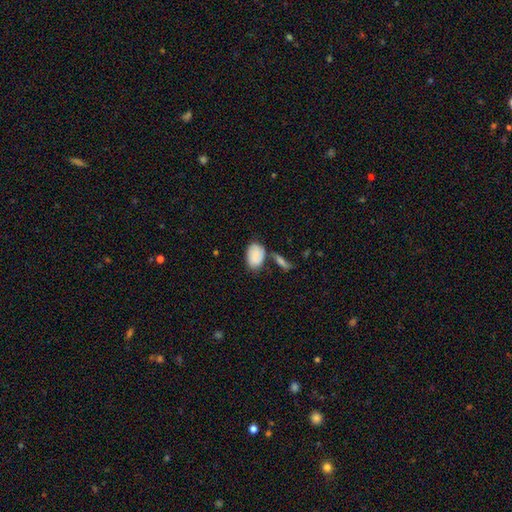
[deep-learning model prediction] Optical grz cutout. It shows a smooth galaxy with no disk features (83%) that is in between round and cigar-shaped (88%). Merging: none (53%).